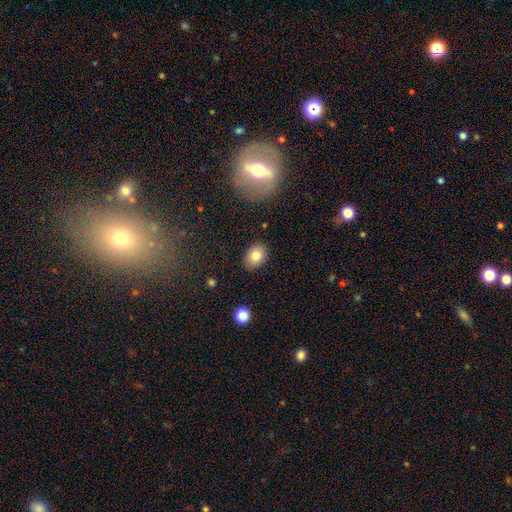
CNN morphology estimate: This is clearly a smooth galaxy (82%). How rounded: likely in between (69%). Merging: clearly none (87%).